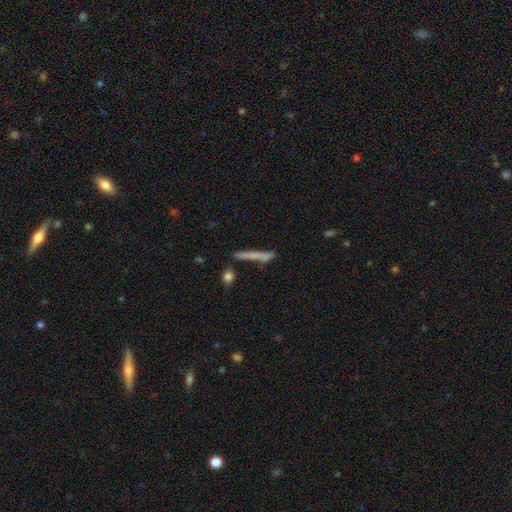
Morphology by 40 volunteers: A smooth galaxy with no disk features (52%) that is cigar-shaped (100%). Merging: none (73%).